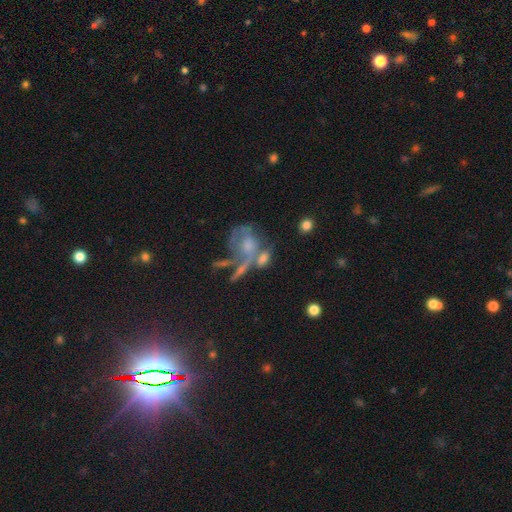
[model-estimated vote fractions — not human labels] Morphology: type=featured or disk (52%); edge-on=no (88%); merging=merger (36%).